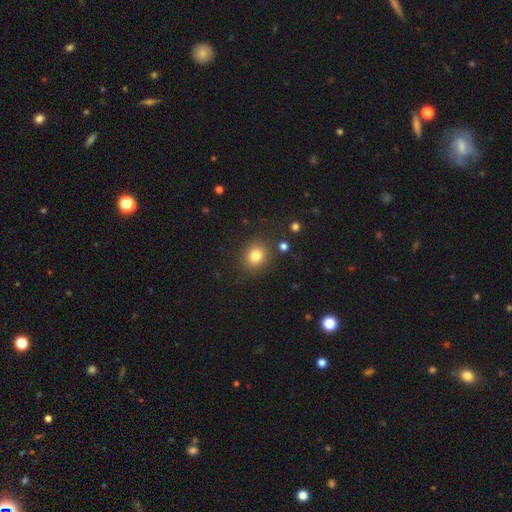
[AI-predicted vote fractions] This is clearly a smooth galaxy (81%). How rounded: likely round (77%). Merging: clearly none (85%).